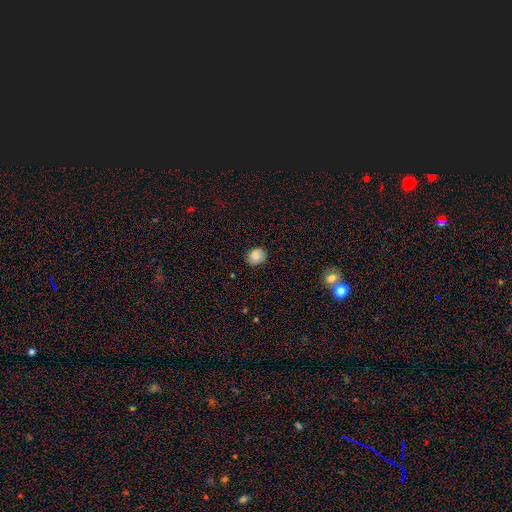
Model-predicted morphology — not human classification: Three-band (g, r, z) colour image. It shows a smooth galaxy with no disk features (85%) that is round (68%). Merging: none (83%).